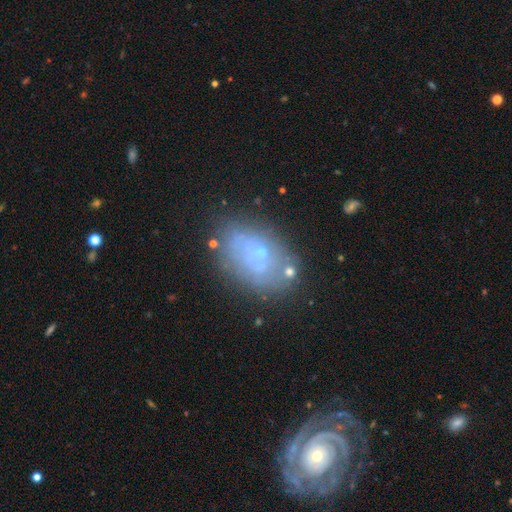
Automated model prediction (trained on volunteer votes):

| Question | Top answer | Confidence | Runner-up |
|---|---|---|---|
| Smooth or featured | smooth | 46% | featured or disk (41%) |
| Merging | none | 62% | minor disturbance (21%) |